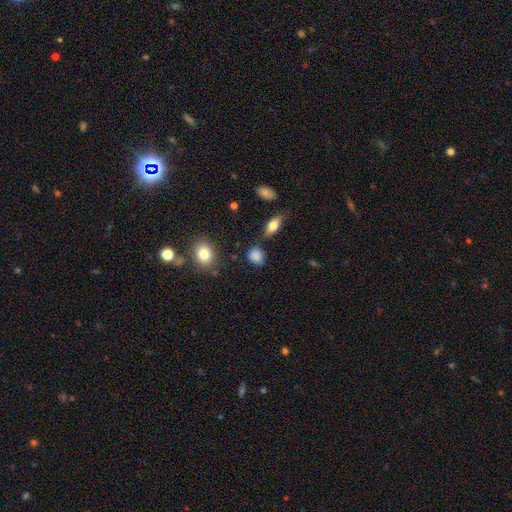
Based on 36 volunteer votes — smooth-or-featured: smooth: 94% | featured or disk: 3% | star or artifact: 3%
  how-rounded: round: 65% | in between: 35% | cigar-shaped: 0%
  merging: none: 69% | minor disturbance: 29% | merger: 3% | major disturbance: 0%